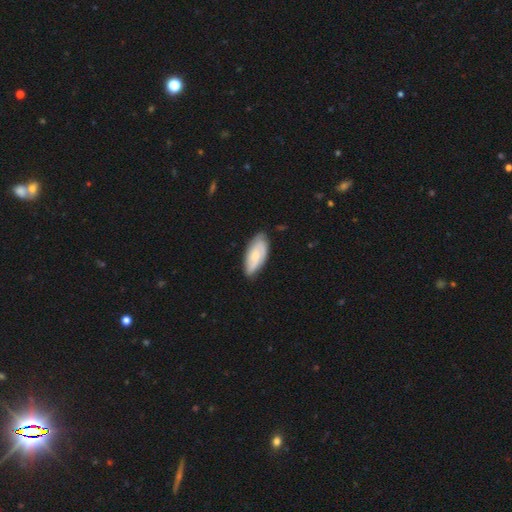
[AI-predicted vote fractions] Morphology: type=featured or disk (48%); merging=none (76%).